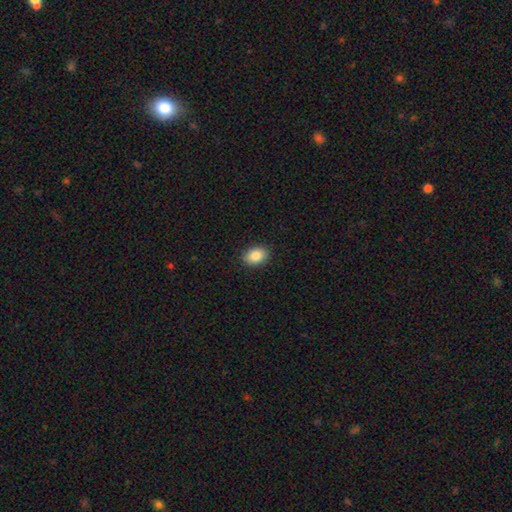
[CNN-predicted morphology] smooth_or_featured: smooth (p=0.86) [alt: star or artifact p=0.08]
how_rounded: in between (p=0.72) [alt: round p=0.27]
merging: none (p=0.90) [alt: minor disturbance p=0.07]